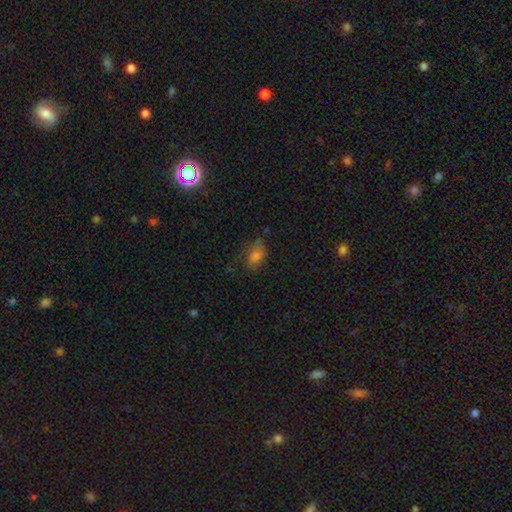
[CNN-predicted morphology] Smooth or featured: smooth — 70% (star or artifact — 16%)
How rounded: in between — 79% (round — 19%)
Merging: none — 58% (minor disturbance — 27%)